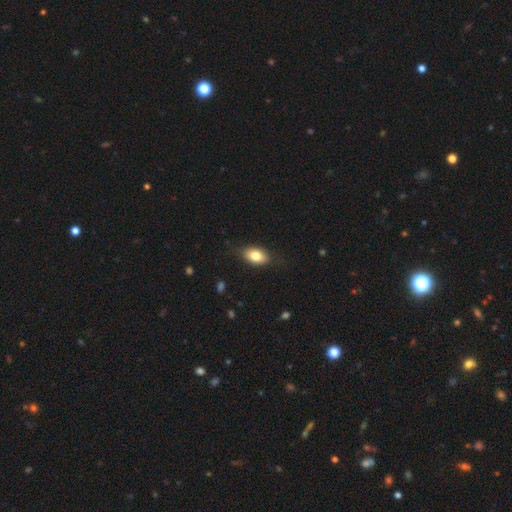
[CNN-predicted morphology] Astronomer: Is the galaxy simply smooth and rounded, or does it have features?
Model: smooth — 78%.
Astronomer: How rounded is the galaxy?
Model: in between — 87%.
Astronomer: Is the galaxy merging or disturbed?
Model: none — 81%.